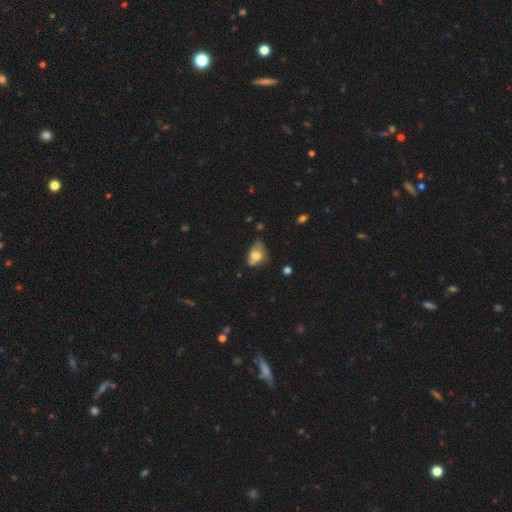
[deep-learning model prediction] Smooth or featured?
  - smooth: 60% *
  - featured or disk: 29%
  - star or artifact: 11%
How rounded?
  - in between: 79% *
  - round: 19%
  - cigar-shaped: 2%
Merging?
  - minor disturbance: 34% *
  - none: 29%
  - major disturbance: 24%
  - merger: 12%